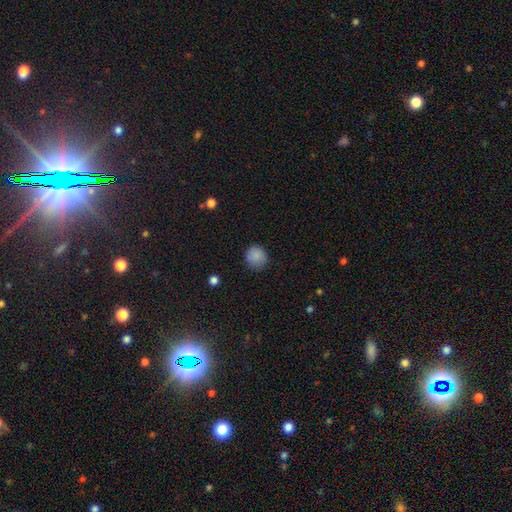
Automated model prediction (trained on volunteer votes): A smooth galaxy with no disk features (87%) that is round (91%). Merging: none (84%).